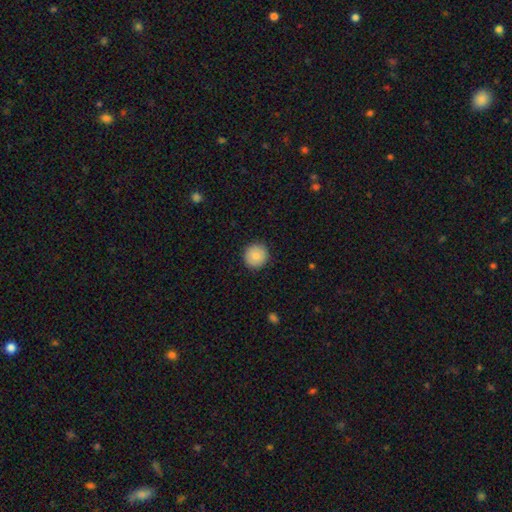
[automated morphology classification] Q: Smooth or featured?
A: smooth (85%); runner-up: star or artifact (8%)
Q: How rounded?
A: round (94%); runner-up: in between (5%)
Q: Merging?
A: none (91%); runner-up: minor disturbance (6%)